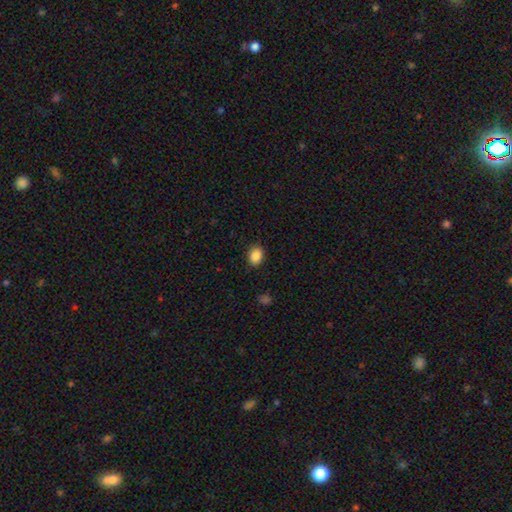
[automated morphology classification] smooth_or_featured: smooth (p=0.89) [alt: star or artifact p=0.08]
how_rounded: in between (p=0.73) [alt: round p=0.26]
merging: none (p=0.87) [alt: minor disturbance p=0.10]